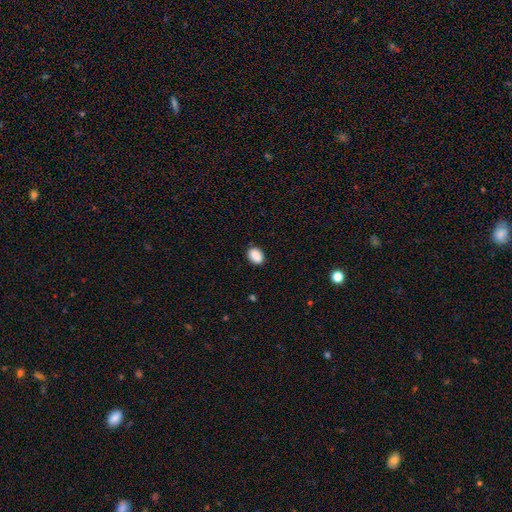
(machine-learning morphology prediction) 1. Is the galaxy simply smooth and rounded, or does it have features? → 89% smooth, 8% star or artifact, 3% featured or disk.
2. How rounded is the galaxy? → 70% in between, 29% round, 1% cigar-shaped.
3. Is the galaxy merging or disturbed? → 86% none, 10% minor disturbance, 2% major disturbance, 1% merger.